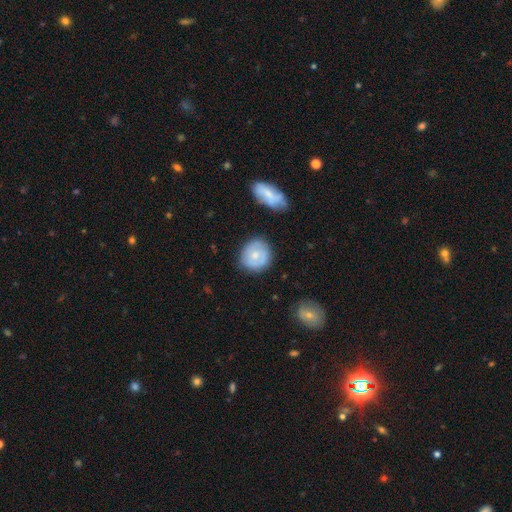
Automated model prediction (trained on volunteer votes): Smooth or featured: smooth — 57% (featured or disk — 37%)
How rounded: round — 86% (in between — 13%)
Merging: none — 77% (minor disturbance — 16%)